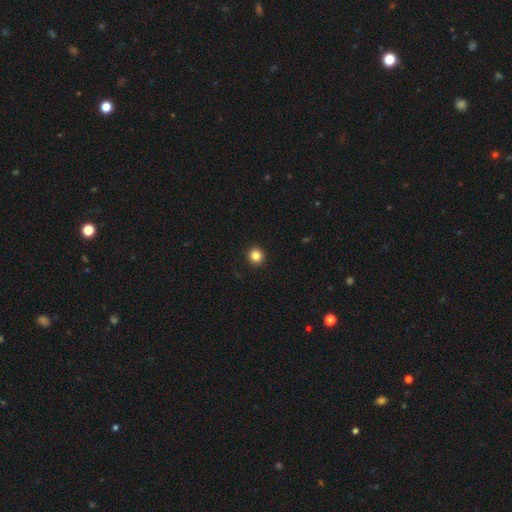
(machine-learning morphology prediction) This appears to be a smooth galaxy with no disk features (85%) that is round (95%). Merging: none (94%).